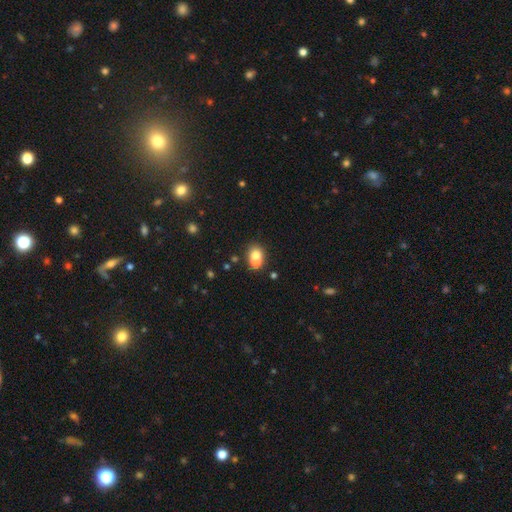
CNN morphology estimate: Q: Smooth or featured?
A: smooth (71%); runner-up: featured or disk (17%)
Q: How rounded?
A: round (62%); runner-up: in between (37%)
Q: Merging?
A: merger (54%); runner-up: none (35%)